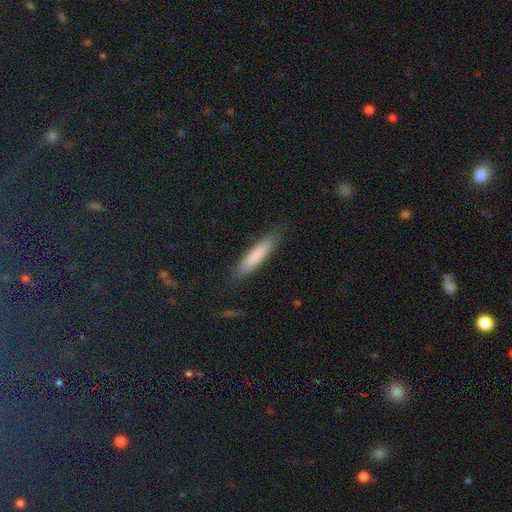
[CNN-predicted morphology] Smooth or featured?
  - smooth: 79% *
  - featured or disk: 15%
  - star or artifact: 7%
How rounded?
  - cigar-shaped: 87% *
  - in between: 12%
  - round: 1%
Merging?
  - none: 86% *
  - minor disturbance: 10%
  - major disturbance: 2%
  - merger: 1%